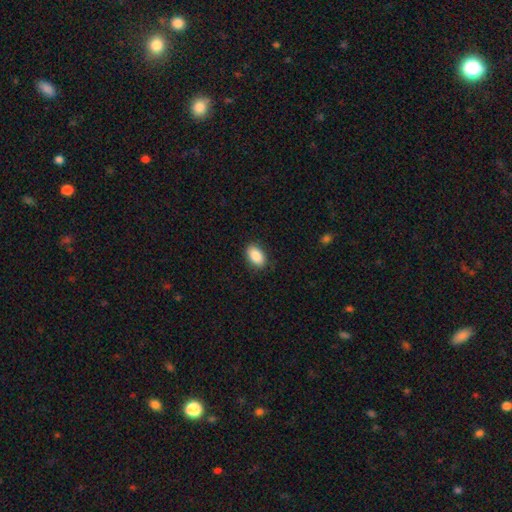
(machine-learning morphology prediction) A smooth galaxy with no disk features (88%) that is in between round and cigar-shaped (91%).

Vote fractions:
- Smooth or featured? smooth: 88% / star or artifact: 7% / featured or disk: 5%
- How rounded? in between: 91% / round: 7% / cigar-shaped: 2%
- Merging? none: 87% / minor disturbance: 10% / major disturbance: 2% / merger: 1%